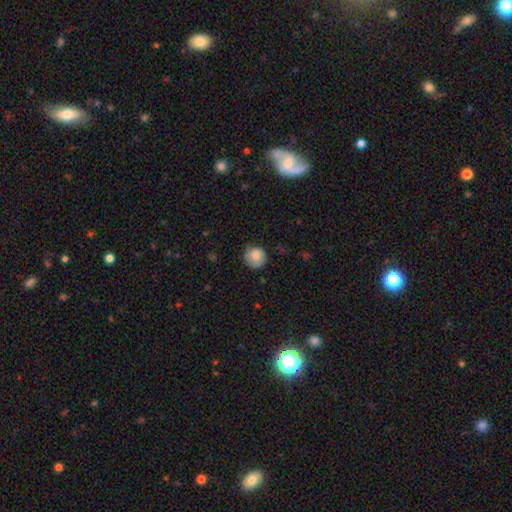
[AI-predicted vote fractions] Overall: smooth (82%). How rounded: round (90%). Merging: none (69%).